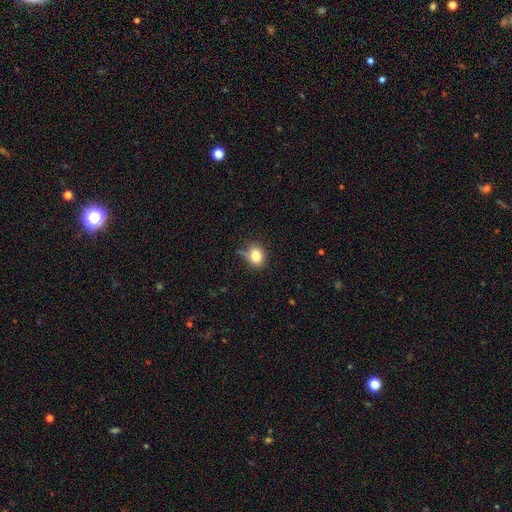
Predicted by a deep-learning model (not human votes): A smooth galaxy with no disk features (79%) that is round (60%). Merging: none (67%).